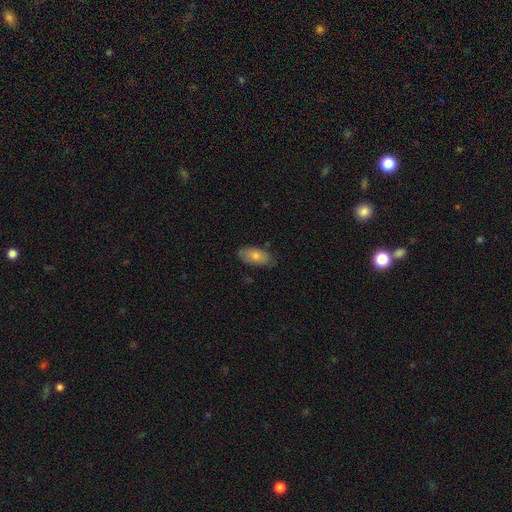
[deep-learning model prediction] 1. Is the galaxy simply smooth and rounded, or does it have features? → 69% smooth, 23% featured or disk, 8% star or artifact.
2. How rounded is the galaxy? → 90% in between, 6% cigar-shaped, 3% round.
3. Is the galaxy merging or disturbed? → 81% none, 16% minor disturbance, 3% major disturbance, 1% merger.